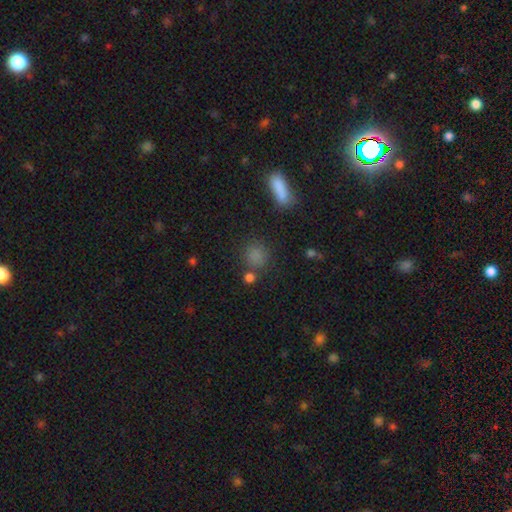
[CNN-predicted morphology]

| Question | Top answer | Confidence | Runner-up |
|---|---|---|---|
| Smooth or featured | smooth | 78% | star or artifact (16%) |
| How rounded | round | 80% | in between (18%) |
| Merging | none | 72% | minor disturbance (12%) |